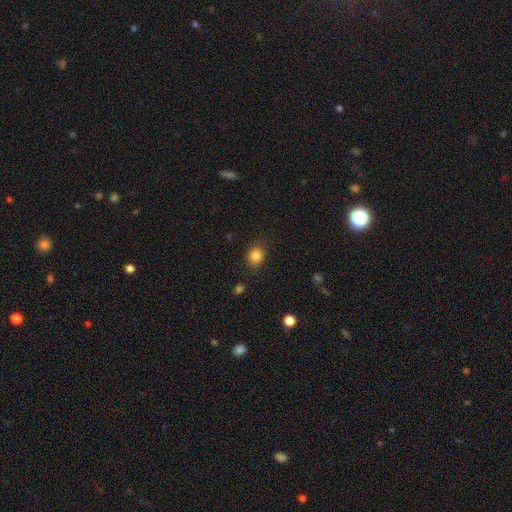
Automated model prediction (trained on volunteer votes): Q: Smooth or featured?
A: smooth (84%); runner-up: star or artifact (11%)
Q: How rounded?
A: round (61%); runner-up: in between (38%)
Q: Merging?
A: none (81%); runner-up: minor disturbance (14%)